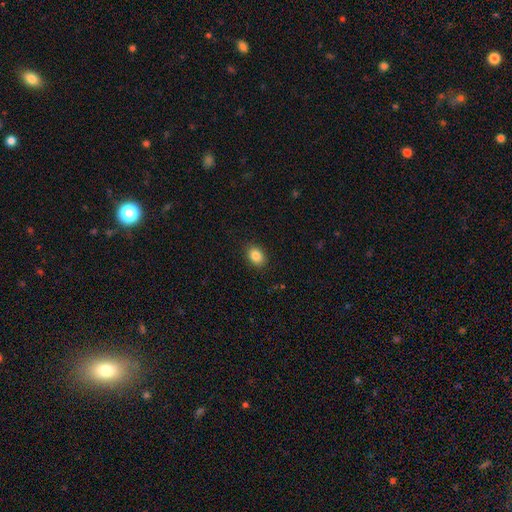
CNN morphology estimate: Overall: smooth (86%). How rounded: in between (67%; round 32%). Merging: none (88%).